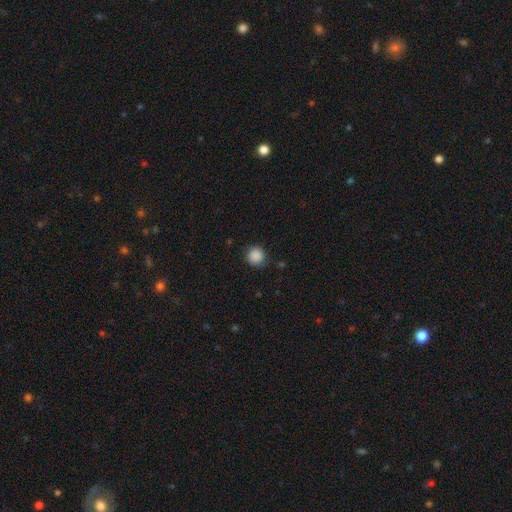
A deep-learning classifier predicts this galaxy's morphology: Overall: smooth (88%). How rounded: round (92%). Merging: none (84%).